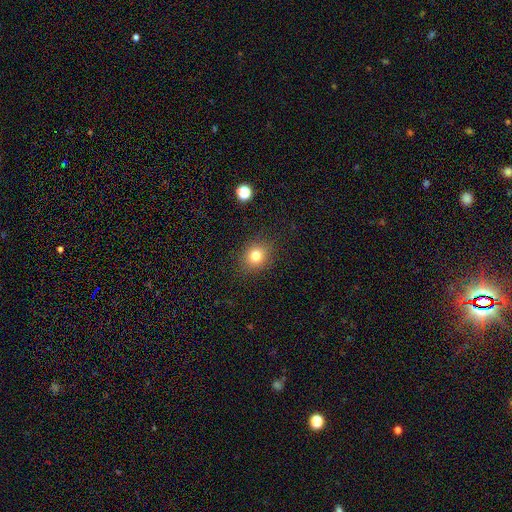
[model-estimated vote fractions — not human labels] Smooth or featured? Predicted: smooth (p=0.79). How rounded? Predicted: round (p=0.68). Merging? Predicted: none (p=0.87).